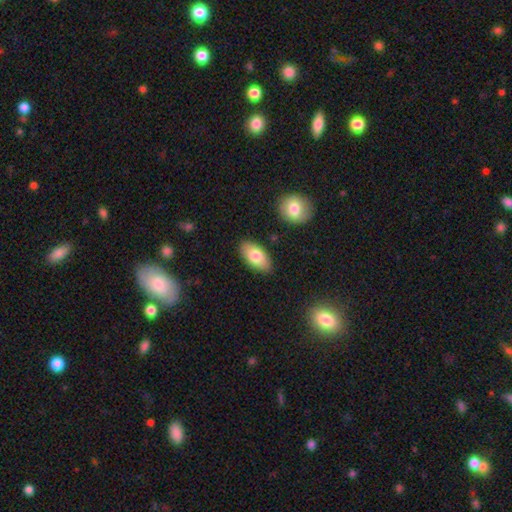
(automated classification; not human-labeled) Overall: smooth (78%). How rounded: in between (94%). Merging: none (85%).